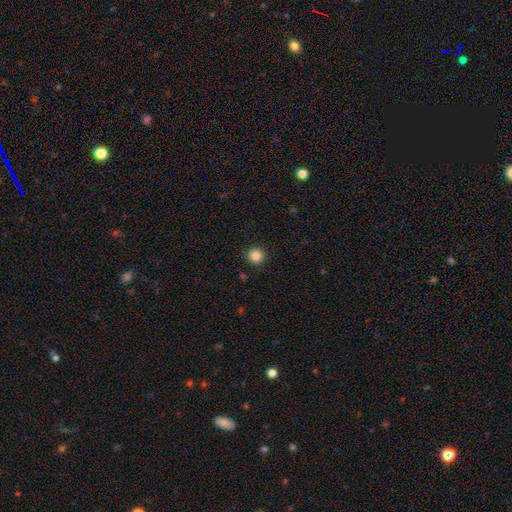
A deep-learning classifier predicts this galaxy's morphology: Smooth or featured?
  - smooth: 86% *
  - star or artifact: 11%
  - featured or disk: 3%
How rounded?
  - round: 92% *
  - in between: 7%
  - cigar-shaped: 1%
Merging?
  - none: 91% *
  - minor disturbance: 6%
  - major disturbance: 2%
  - merger: 1%